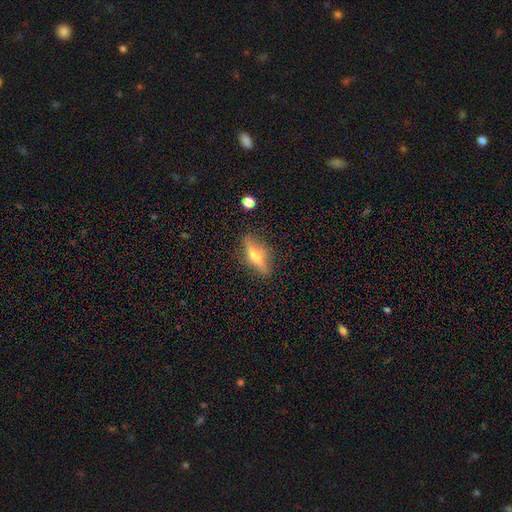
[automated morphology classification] smooth-or-featured: featured or disk: 56% | smooth: 36% | star or artifact: 8%
  disk-edge-on: yes: 89% | no: 11%
  merging: none: 83% | minor disturbance: 12% | major disturbance: 3% | merger: 2%